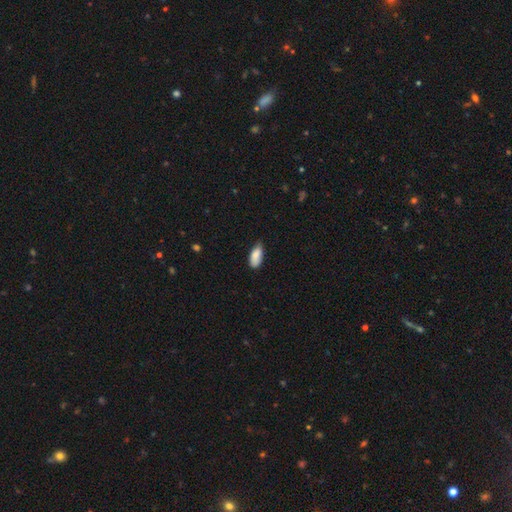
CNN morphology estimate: smooth_or_featured: smooth (p=0.84) [alt: featured or disk p=0.09]
how_rounded: in between (p=0.87) [alt: cigar-shaped p=0.11]
merging: none (p=0.60) [alt: minor disturbance p=0.33]